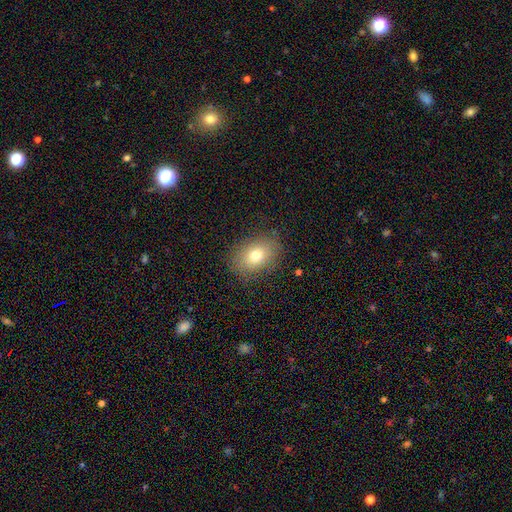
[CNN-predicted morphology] Smooth or featured? smooth (74%)
How rounded? in between (75%)
Merging? none (84%)